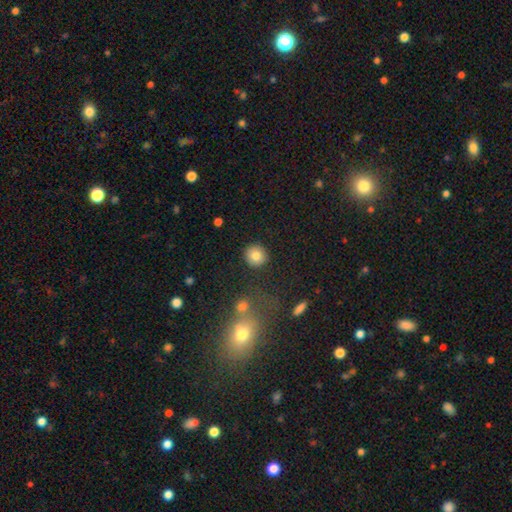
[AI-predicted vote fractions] This appears to be a smooth galaxy with no disk features (82%) that is round (92%). Merging: none (90%).